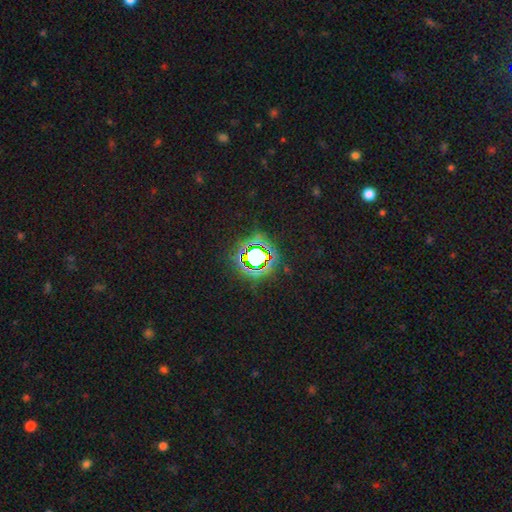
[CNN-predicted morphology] This is likely a star or artifact rather than a galaxy (74%).